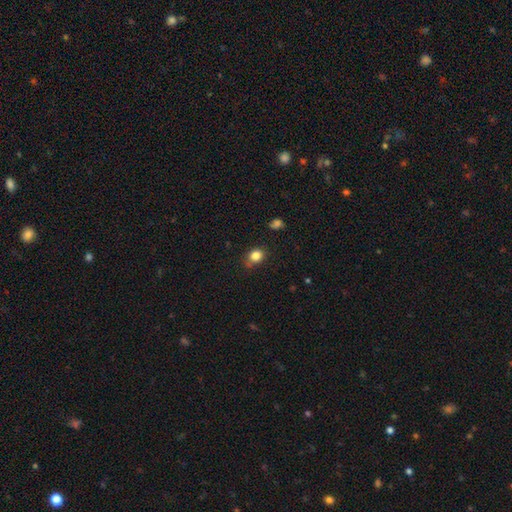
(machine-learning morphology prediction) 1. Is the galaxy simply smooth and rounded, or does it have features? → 83% smooth, 11% star or artifact, 6% featured or disk.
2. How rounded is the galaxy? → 61% round, 38% in between, 1% cigar-shaped.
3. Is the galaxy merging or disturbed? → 72% none, 19% minor disturbance, 4% merger, 4% major disturbance.